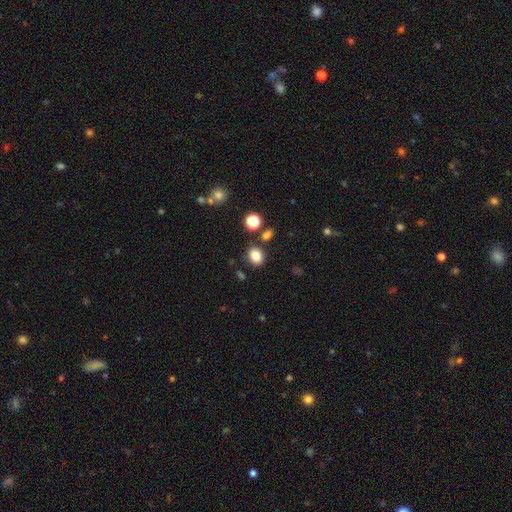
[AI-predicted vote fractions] Smooth or featured: smooth — 82% (star or artifact — 12%)
How rounded: round — 56% (in between — 43%)
Merging: none — 80% (minor disturbance — 10%)